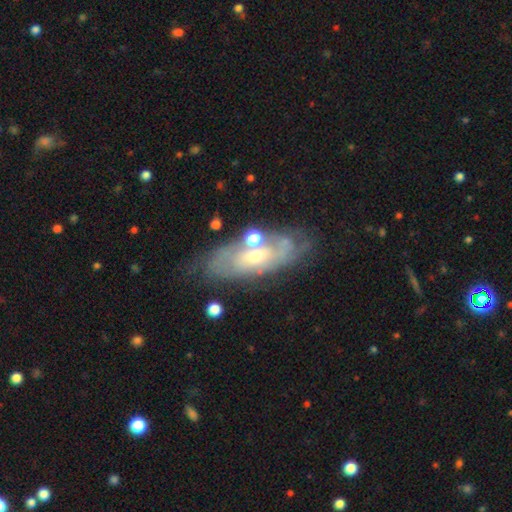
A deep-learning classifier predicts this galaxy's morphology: Smooth or featured: featured or disk — 73% (smooth — 20%)
Edge-on disk: no — 85% (yes — 15%)
Bar: no — 62% (weak — 30%)
Spiral arms: yes — 78% (no — 22%)
Bulge size: small — 54% (moderate — 40%)
Merging: none — 66% (minor disturbance — 19%)